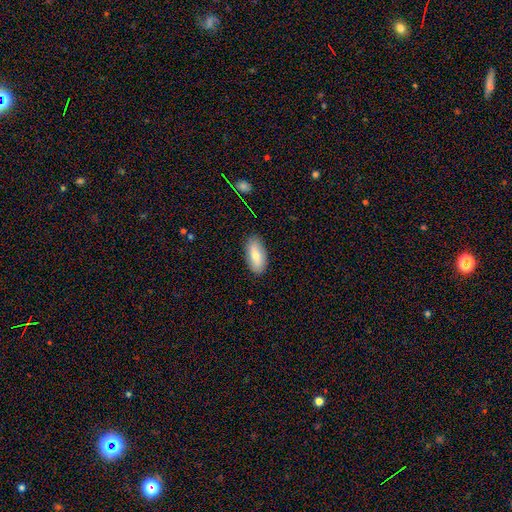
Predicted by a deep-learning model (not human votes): Smooth or featured: smooth — 73% (featured or disk — 21%)
How rounded: in between — 90% (cigar-shaped — 7%)
Merging: none — 87% (minor disturbance — 10%)